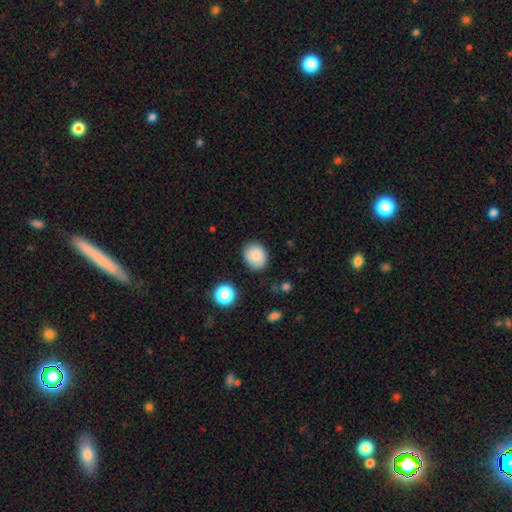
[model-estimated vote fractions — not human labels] Q: Smooth or featured?
A: smooth (82%); runner-up: featured or disk (9%)
Q: How rounded?
A: round (65%); runner-up: in between (34%)
Q: Merging?
A: none (81%); runner-up: minor disturbance (14%)